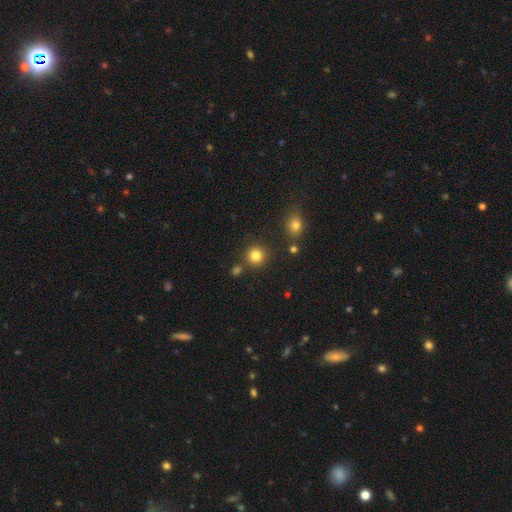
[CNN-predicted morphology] The model was most divided on "smooth or featured": smooth: 82%, star or artifact: 12%, featured or disk: 5%. More confident: how rounded — round (91%); merging — none (82%).